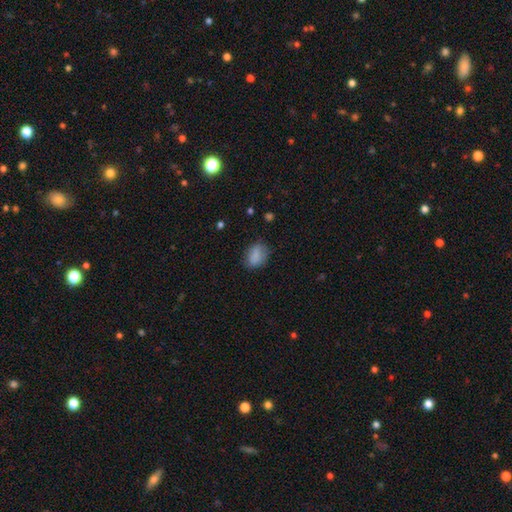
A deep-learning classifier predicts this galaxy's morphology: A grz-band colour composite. It shows a smooth galaxy with no disk features (84%) that is in between round and cigar-shaped (72%). Merging: none (75%).